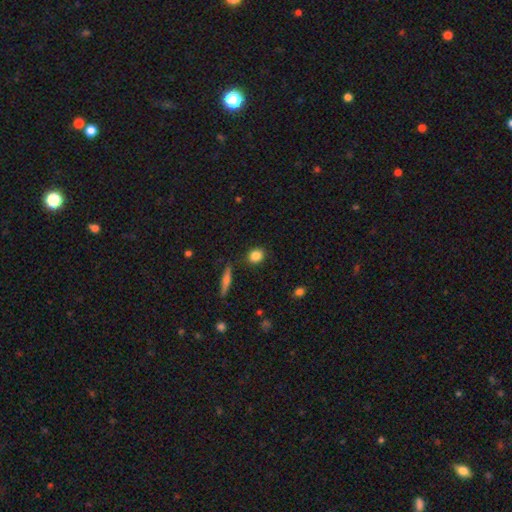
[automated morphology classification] type=smooth (85%); roundness=round (72%); merging=none (88%).